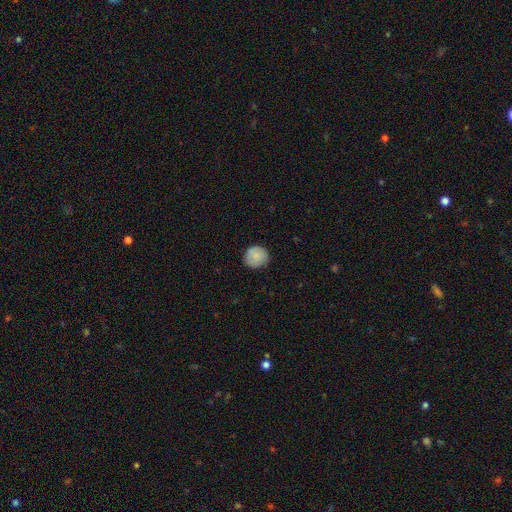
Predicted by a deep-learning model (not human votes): Smooth or featured? Predicted: smooth (p=0.84). How rounded? Predicted: round (p=0.92). Merging? Predicted: none (p=0.84).